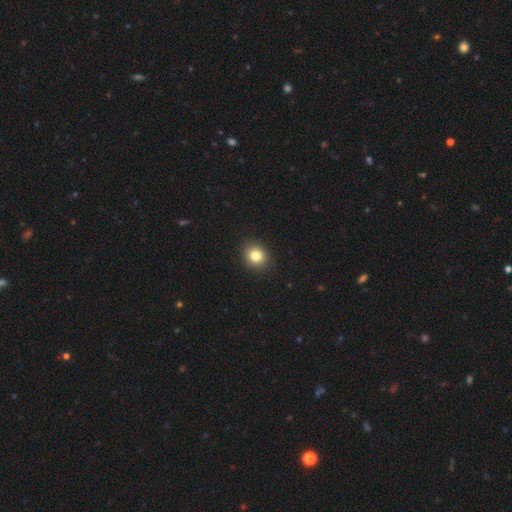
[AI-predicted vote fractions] Morphology: type=smooth (82%); roundness=round (76%); merging=none (91%).